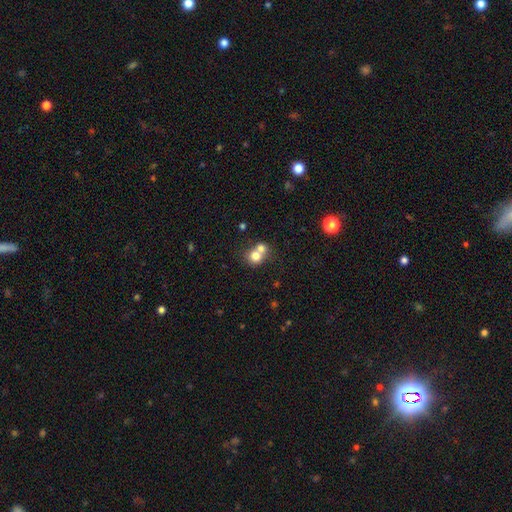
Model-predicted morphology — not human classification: Smooth or featured? Predicted: smooth (p=0.74). How rounded? Predicted: round (p=0.80). Merging? Predicted: merger (p=0.58).